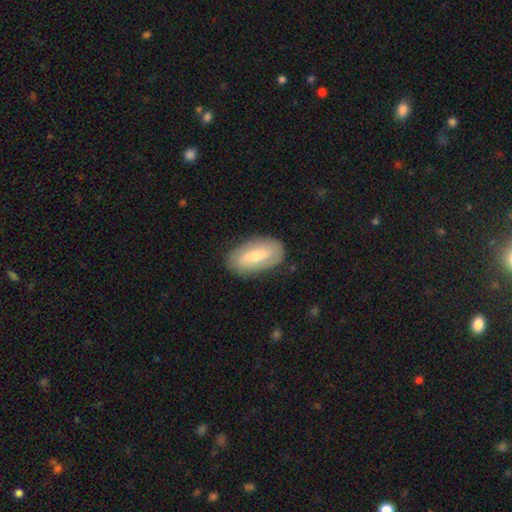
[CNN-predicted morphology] Q: Smooth or featured?
A: featured or disk (47%); tied with: smooth (47%)
Q: Merging?
A: none (83%); runner-up: minor disturbance (12%)